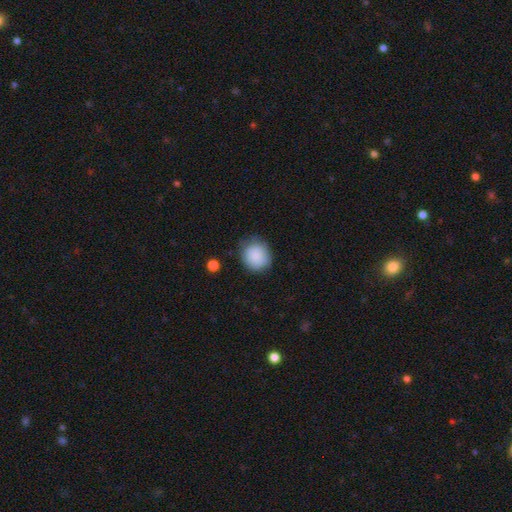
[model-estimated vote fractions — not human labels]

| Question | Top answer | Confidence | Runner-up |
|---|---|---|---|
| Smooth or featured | smooth | 87% | star or artifact (7%) |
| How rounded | round | 77% | in between (22%) |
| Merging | none | 76% | minor disturbance (18%) |